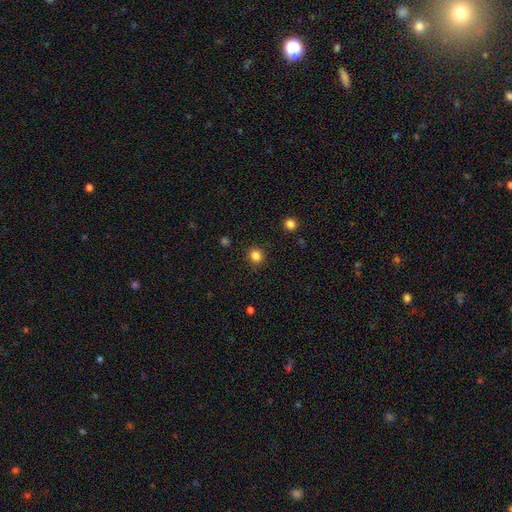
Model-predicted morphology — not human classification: This is clearly a smooth galaxy (84%). How rounded: clearly round (85%). Merging: clearly none (89%).